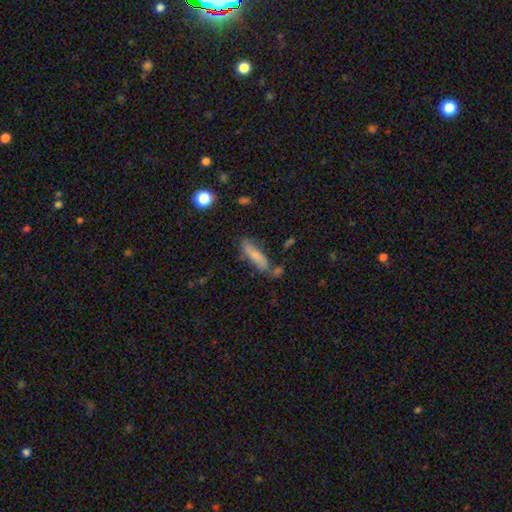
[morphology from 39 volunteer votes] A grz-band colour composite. It shows a smooth galaxy with no disk features (72%) that is cigar-shaped (82%). Merging: none (67%).